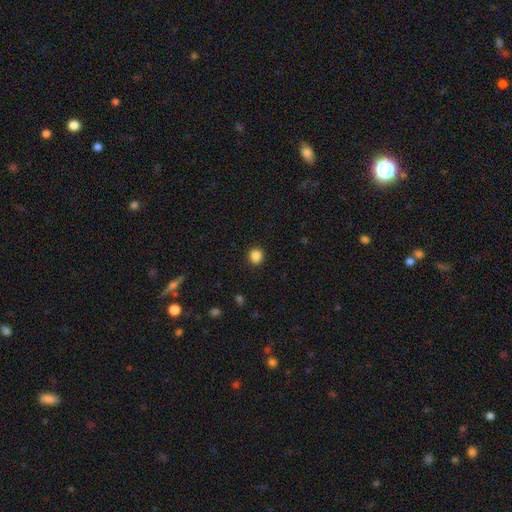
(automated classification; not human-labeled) This is clearly a smooth galaxy (86%). How rounded: clearly round (84%). Merging: clearly none (89%).